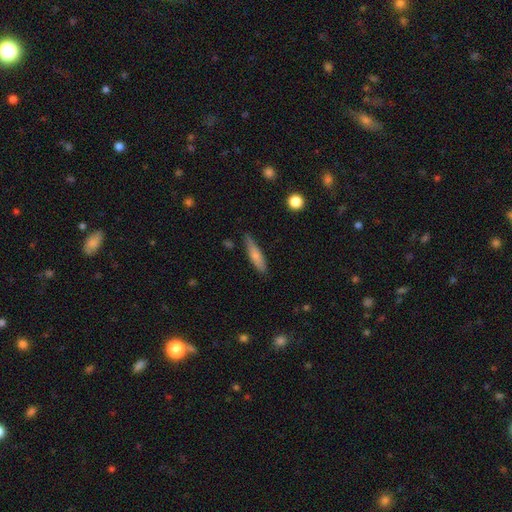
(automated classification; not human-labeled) This is likely a smooth galaxy (69%). How rounded: likely cigar-shaped (74%). Merging: likely none (73%).